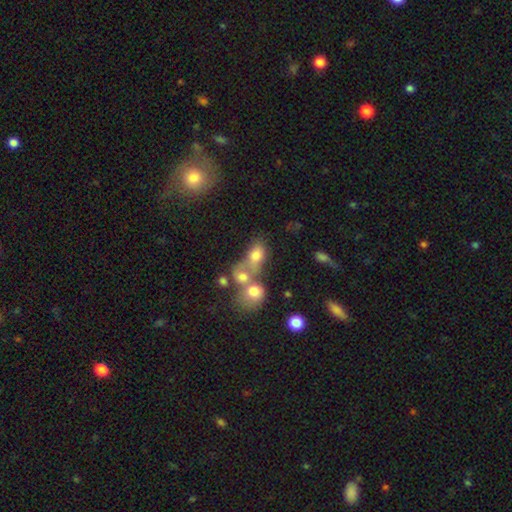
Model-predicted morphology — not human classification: A smooth galaxy with no disk features (70%) that is in between round and cigar-shaped (65%). Merging: merger (58%).